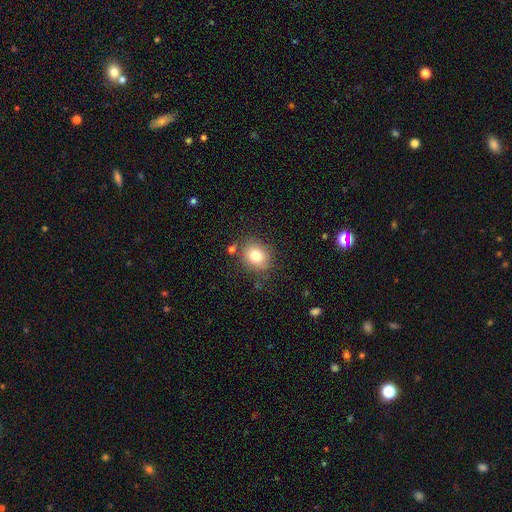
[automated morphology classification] Overall: smooth (79%). How rounded: round (69%; in between 30%). Merging: none (79%).